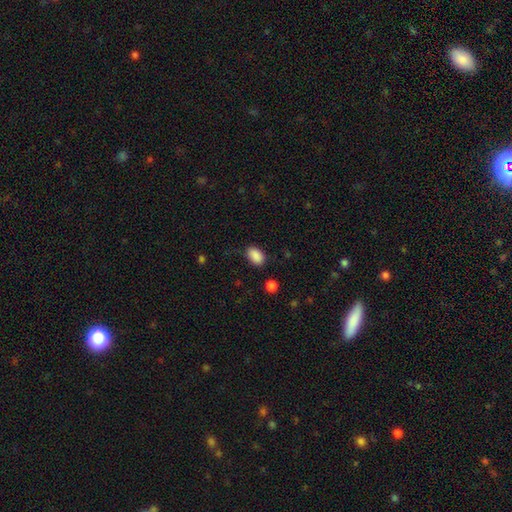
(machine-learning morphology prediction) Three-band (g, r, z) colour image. It shows a smooth galaxy with no disk features (89%) that is in between round and cigar-shaped (90%). Merging: none (82%).